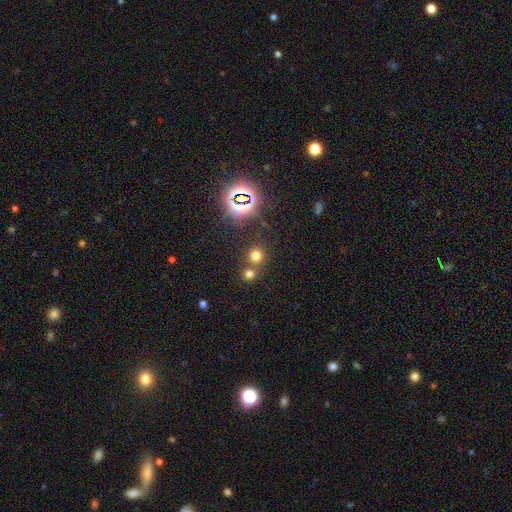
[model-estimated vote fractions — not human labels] Smooth or featured: smooth — 67% (star or artifact — 26%)
How rounded: round — 89% (in between — 10%)
Merging: none — 61% (merger — 29%)